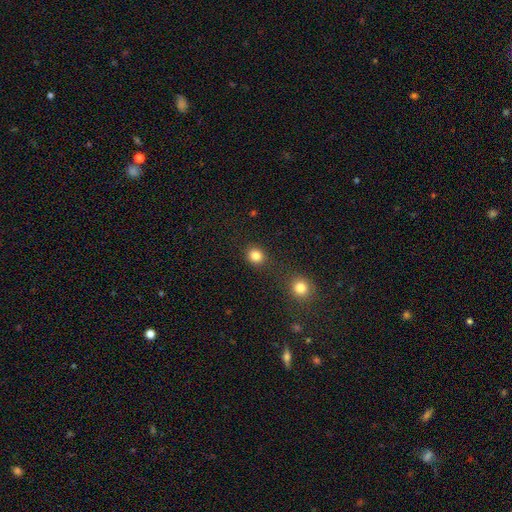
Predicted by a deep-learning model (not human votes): Smooth or featured?
  - smooth: 83% *
  - star or artifact: 12%
  - featured or disk: 5%
How rounded?
  - round: 78% *
  - in between: 21%
  - cigar-shaped: 1%
Merging?
  - none: 83% *
  - minor disturbance: 8%
  - merger: 6%
  - major disturbance: 3%